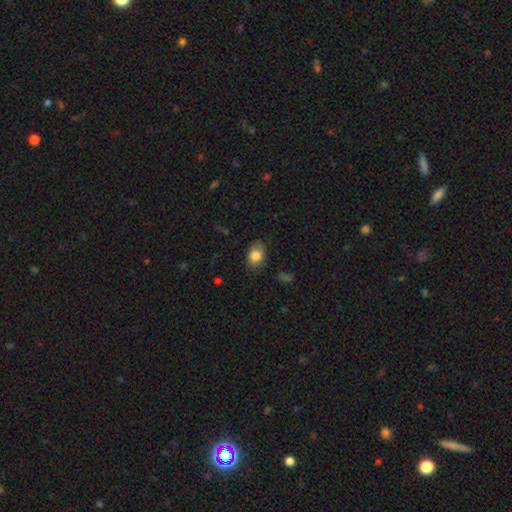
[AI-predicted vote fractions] A smooth galaxy with no disk features (82%) that is in between round and cigar-shaped (76%).

Vote fractions:
- Smooth or featured? smooth: 82% / featured or disk: 10% / star or artifact: 8%
- How rounded? in between: 76% / round: 22% / cigar-shaped: 1%
- Merging? none: 70% / minor disturbance: 23% / major disturbance: 6% / merger: 1%